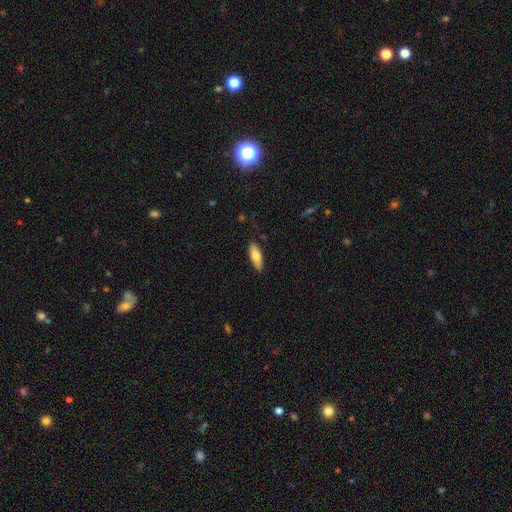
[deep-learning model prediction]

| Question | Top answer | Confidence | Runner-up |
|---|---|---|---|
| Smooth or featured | smooth | 78% | featured or disk (16%) |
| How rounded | in between | 64% | cigar-shaped (34%) |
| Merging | none | 86% | minor disturbance (11%) |